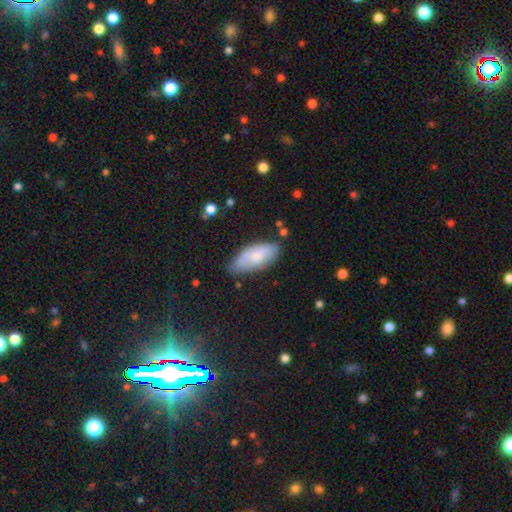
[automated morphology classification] Smooth or featured: smooth — 68% (featured or disk — 26%)
How rounded: in between — 85% (cigar-shaped — 13%)
Merging: none — 66% (minor disturbance — 25%)